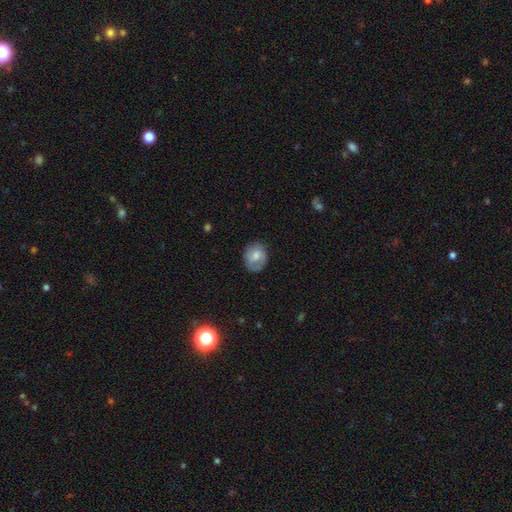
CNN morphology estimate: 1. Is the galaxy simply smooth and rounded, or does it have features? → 62% smooth, 31% featured or disk, 8% star or artifact.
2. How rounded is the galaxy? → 58% round, 41% in between, 1% cigar-shaped.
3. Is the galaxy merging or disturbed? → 74% none, 19% minor disturbance, 6% major disturbance, 1% merger.